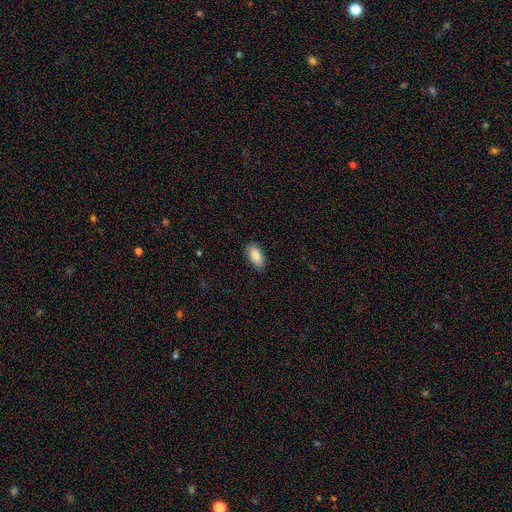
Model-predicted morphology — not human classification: A smooth galaxy with no disk features (87%) that is in between round and cigar-shaped (93%).

Vote fractions:
- Smooth or featured? smooth: 87% / featured or disk: 7% / star or artifact: 6%
- How rounded? in between: 93% / cigar-shaped: 4% / round: 3%
- Merging? none: 85% / minor disturbance: 12% / major disturbance: 2% / merger: 1%